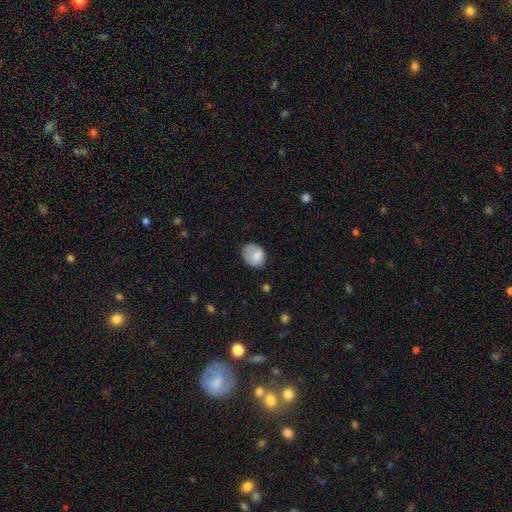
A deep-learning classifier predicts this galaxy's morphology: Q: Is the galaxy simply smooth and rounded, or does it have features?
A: smooth — 78%.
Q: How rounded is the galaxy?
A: in between — 56%.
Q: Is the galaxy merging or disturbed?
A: none — 54%.